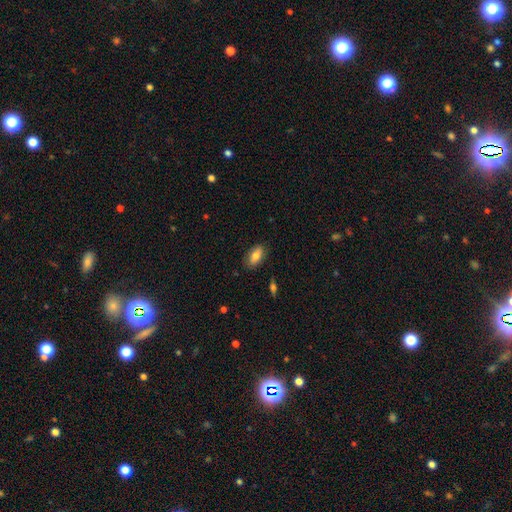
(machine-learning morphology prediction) Overall: smooth (78%). How rounded: in between (90%). Merging: none (84%).